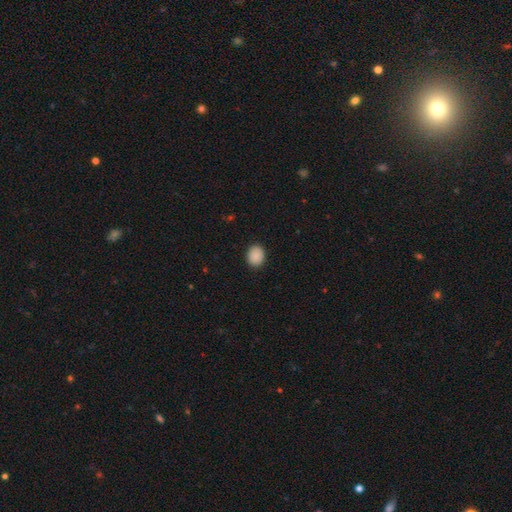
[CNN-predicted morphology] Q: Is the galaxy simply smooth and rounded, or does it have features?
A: smooth — 89%.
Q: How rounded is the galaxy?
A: round — 57%.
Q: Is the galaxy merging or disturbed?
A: none — 90%.